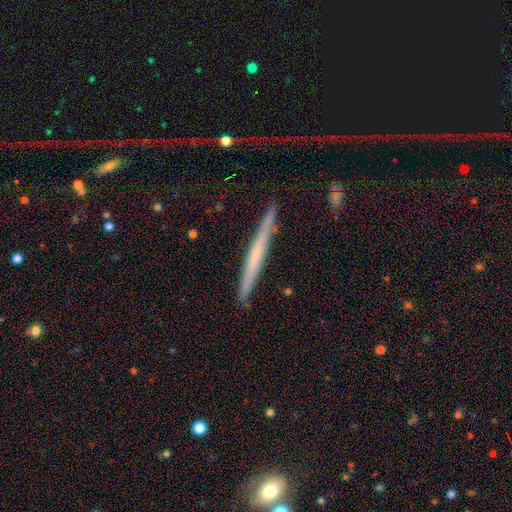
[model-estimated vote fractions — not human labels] A featured or disk galaxy (51%) viewed edge-on (96%).

Vote fractions:
- Smooth or featured? featured or disk: 51% / smooth: 41% / star or artifact: 7%
- Edge-on disk? yes: 96% / no: 4%
- Merging? none: 85% / minor disturbance: 10% / major disturbance: 3% / merger: 2%